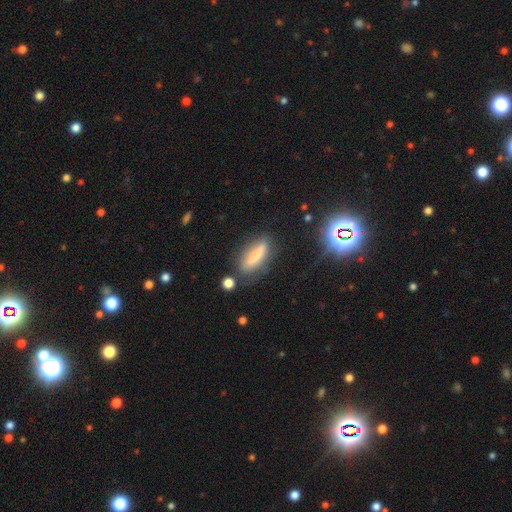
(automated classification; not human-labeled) Overall: smooth (65%; featured or disk 25%). How rounded: cigar-shaped (58%; in between 39%). Merging: none (66%).